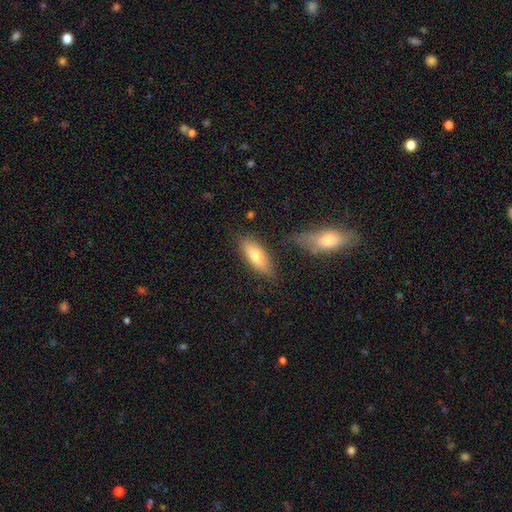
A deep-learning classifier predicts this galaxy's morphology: The model was most divided on "how rounded": in between: 60%, cigar-shaped: 38%, round: 2%. More confident: merging — none (75%); smooth or featured — smooth (65%).